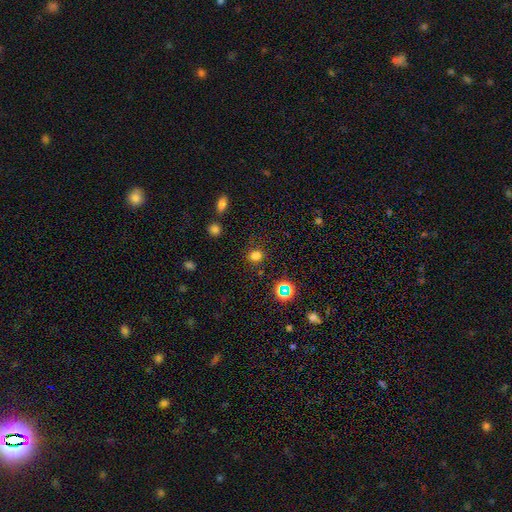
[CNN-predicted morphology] Smooth or featured? smooth (75%)
How rounded? round (80%)
Merging? none (84%)